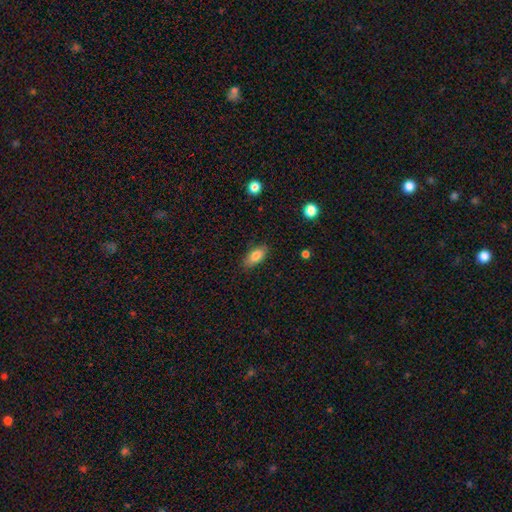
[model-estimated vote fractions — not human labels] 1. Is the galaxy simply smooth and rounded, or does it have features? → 81% smooth, 11% featured or disk, 8% star or artifact.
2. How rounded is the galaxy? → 87% in between, 10% cigar-shaped, 4% round.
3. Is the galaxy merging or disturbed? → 85% none, 11% minor disturbance, 2% major disturbance, 1% merger.